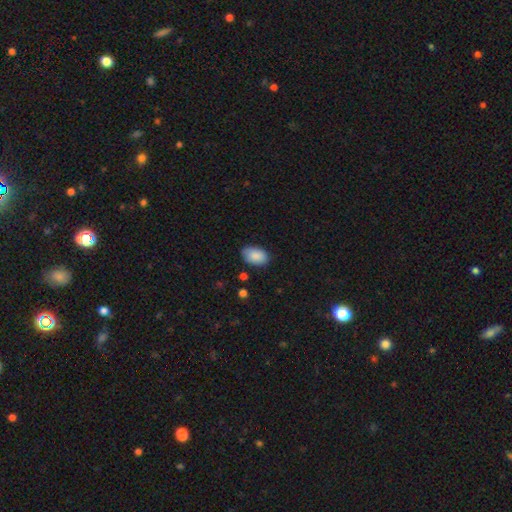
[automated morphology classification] This is clearly a smooth galaxy (89%). How rounded: clearly in between (92%). Merging: likely none (80%).